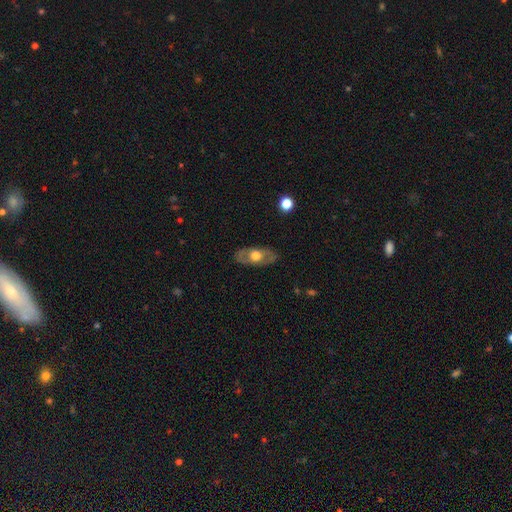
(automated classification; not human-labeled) This is possibly a featured or disk galaxy (53%). It is likely not viewed edge-on (79%). Merging: clearly none (82%).